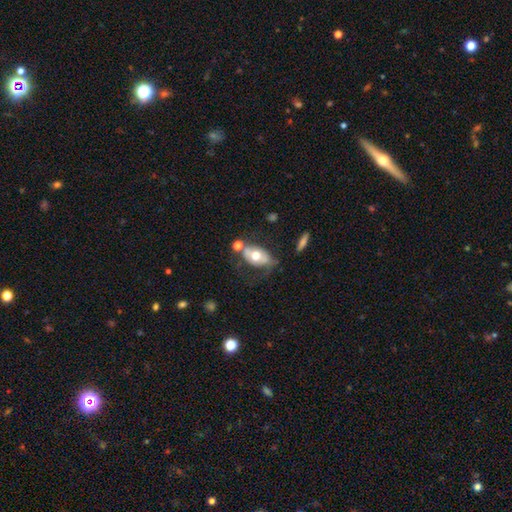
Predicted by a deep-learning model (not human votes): Overall: smooth (51%; featured or disk 42%). How rounded: in between (87%). Merging: none (43%; minor disturbance 23%).